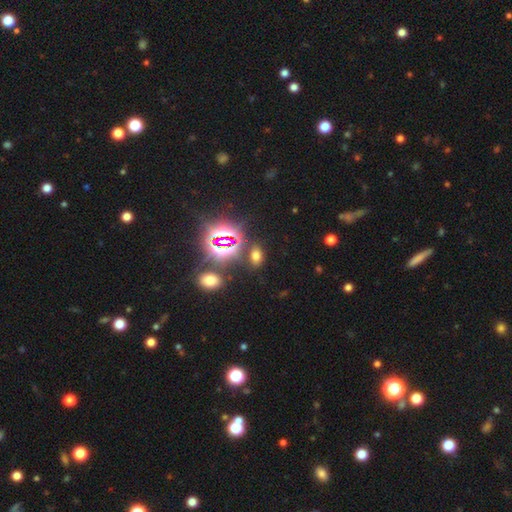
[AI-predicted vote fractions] The model was most divided on "smooth or featured": smooth: 54%, star or artifact: 38%, featured or disk: 8%. More confident: how rounded — in between (82%); merging — none (80%).